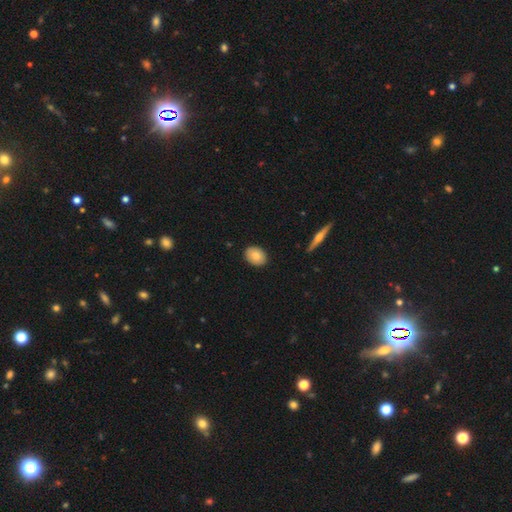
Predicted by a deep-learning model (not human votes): A smooth galaxy with no disk features (79%) that is in between round and cigar-shaped (71%). Merging: none (90%).